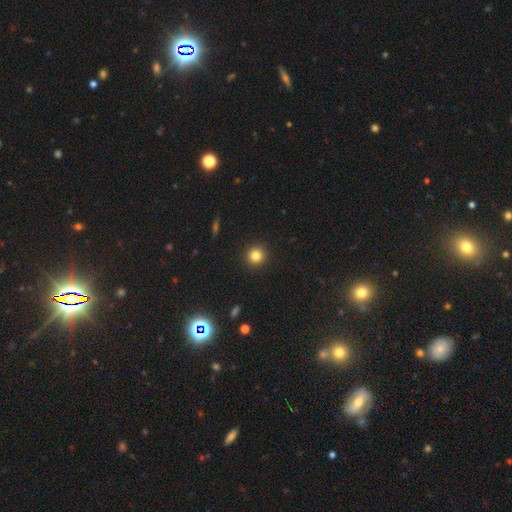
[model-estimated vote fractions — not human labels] This is clearly a smooth galaxy (82%). How rounded: clearly round (93%). Merging: clearly none (92%).